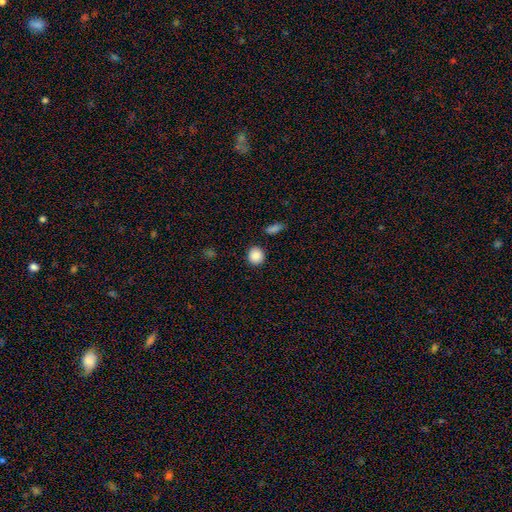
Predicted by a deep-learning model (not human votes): Overall: smooth (88%). How rounded: round (88%). Merging: none (90%).